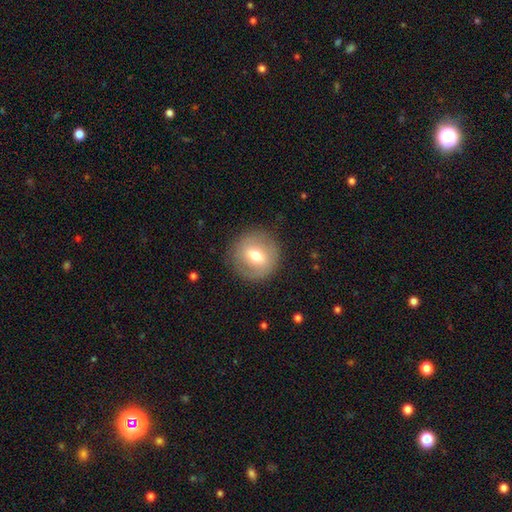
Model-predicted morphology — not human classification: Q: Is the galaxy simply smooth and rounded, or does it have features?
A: smooth — 59%.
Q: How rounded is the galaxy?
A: round — 91%.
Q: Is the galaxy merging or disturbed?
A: none — 85%.